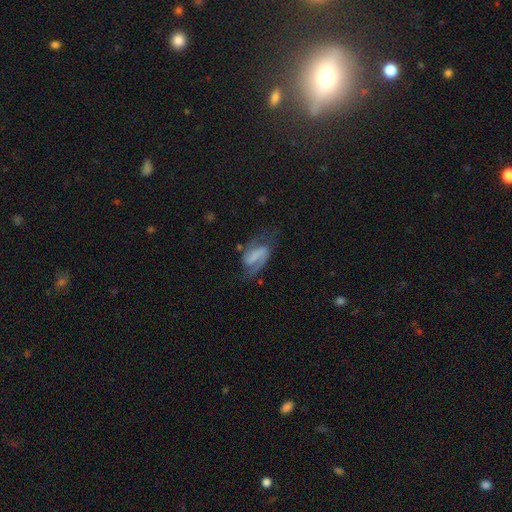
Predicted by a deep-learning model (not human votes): smooth-or-featured: featured or disk: 75% | smooth: 17% | star or artifact: 8%
  disk-edge-on: no: 97% | yes: 3%
    bar: strong: 51% | weak: 33% | no: 16%
    has-spiral-arms: yes: 90% | no: 10%
      spiral-winding: medium: 46% | loose: 36% | tight: 18%
      spiral-arm-count: 2: 86% | 1: 8% | can't tell: 4% | 3: 1% | 4: 1% | more than 4: 1%
    bulge-size: none: 61% | small: 20% | moderate: 10% | large: 7% | dominant: 2%
  merging: none: 59% | minor disturbance: 21% | major disturbance: 17% | merger: 3%